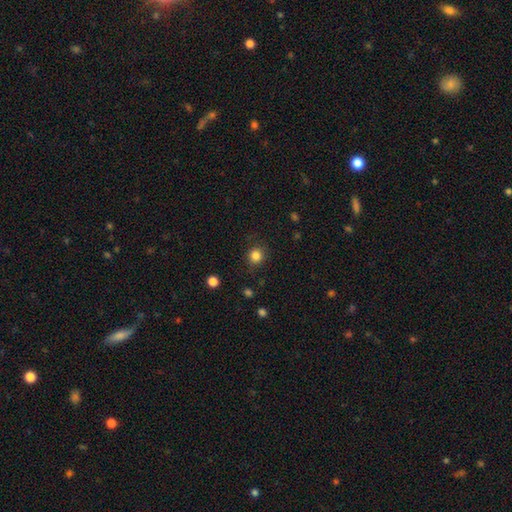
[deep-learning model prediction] This is clearly a smooth galaxy (84%). How rounded: clearly round (90%). Merging: clearly none (86%).